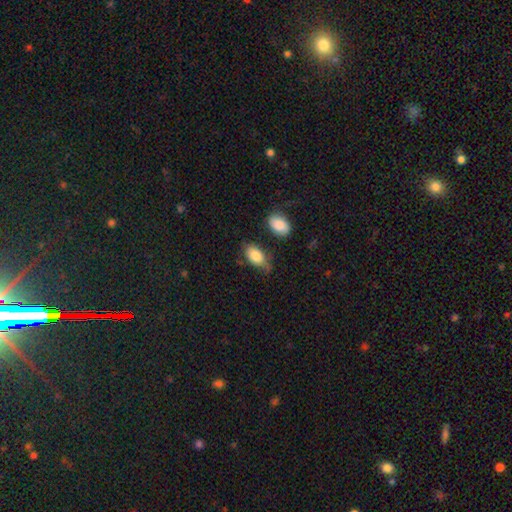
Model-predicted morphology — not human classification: smooth 84%, featured or disk 9%, star or artifact 7%. Down the decision tree: how rounded — in between (92%); merging — none (55%).